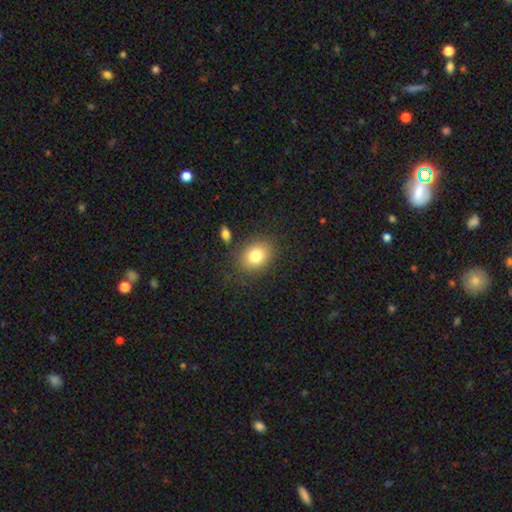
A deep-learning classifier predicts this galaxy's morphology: Smooth or featured?
  - smooth: 81% *
  - star or artifact: 10%
  - featured or disk: 10%
How rounded?
  - in between: 56% *
  - round: 43%
  - cigar-shaped: 1%
Merging?
  - none: 81% *
  - minor disturbance: 11%
  - major disturbance: 4%
  - merger: 4%